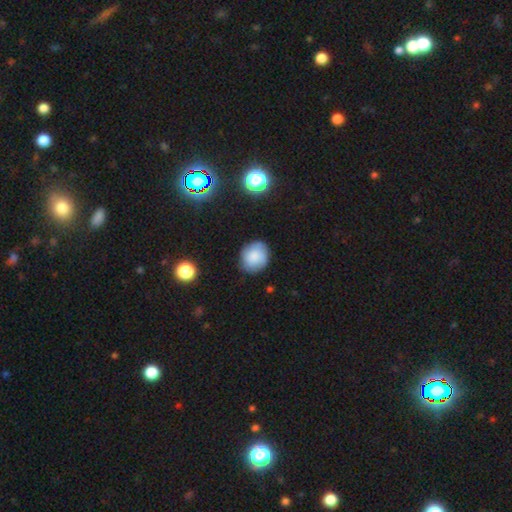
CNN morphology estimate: This appears to be a smooth galaxy with no disk features (76%) that is round (72%). Merging: none (79%).